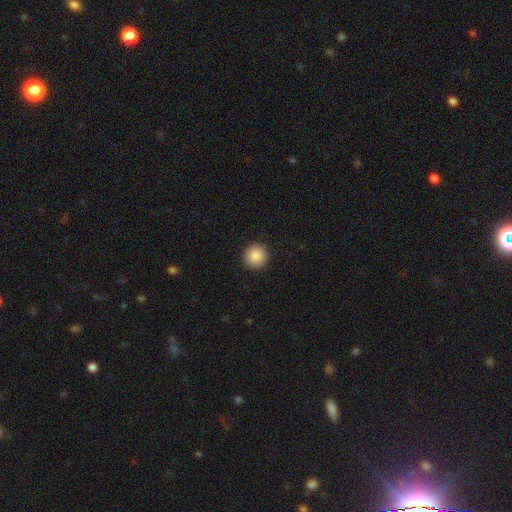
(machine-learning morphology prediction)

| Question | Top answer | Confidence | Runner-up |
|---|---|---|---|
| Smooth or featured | smooth | 88% | star or artifact (8%) |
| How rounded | round | 95% | in between (4%) |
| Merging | none | 93% | minor disturbance (5%) |